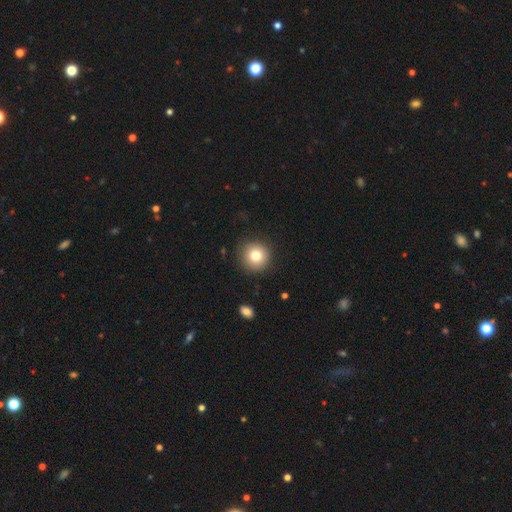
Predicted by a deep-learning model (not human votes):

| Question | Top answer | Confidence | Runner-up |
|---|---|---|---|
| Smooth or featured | smooth | 80% | star or artifact (10%) |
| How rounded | round | 94% | in between (6%) |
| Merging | none | 88% | minor disturbance (8%) |